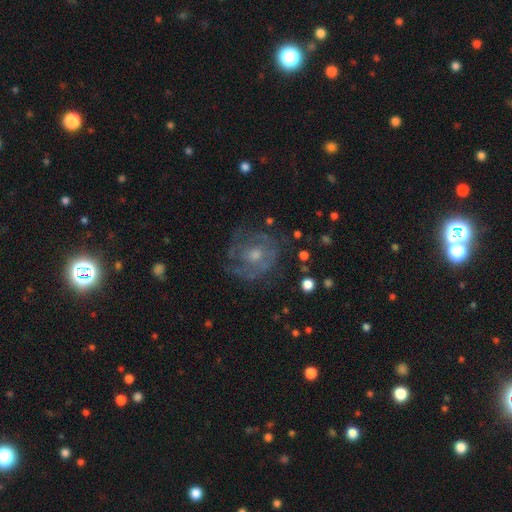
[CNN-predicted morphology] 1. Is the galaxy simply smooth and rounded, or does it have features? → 69% featured or disk, 21% smooth, 10% star or artifact.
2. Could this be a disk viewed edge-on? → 97% no, 3% yes.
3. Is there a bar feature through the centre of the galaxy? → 77% no, 20% weak, 3% strong.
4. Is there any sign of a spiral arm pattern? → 70% yes, 30% no.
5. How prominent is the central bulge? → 52% moderate, 40% small, 4% large, 3% none, 1% dominant.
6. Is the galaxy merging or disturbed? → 67% none, 18% minor disturbance, 13% major disturbance, 2% merger.